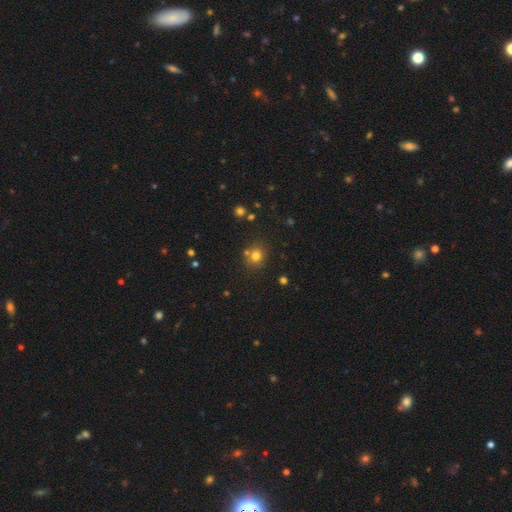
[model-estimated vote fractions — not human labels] Smooth or featured?
  - smooth: 75% *
  - star or artifact: 17%
  - featured or disk: 8%
How rounded?
  - round: 83% *
  - in between: 16%
  - cigar-shaped: 1%
Merging?
  - none: 72% *
  - merger: 16%
  - minor disturbance: 9%
  - major disturbance: 3%